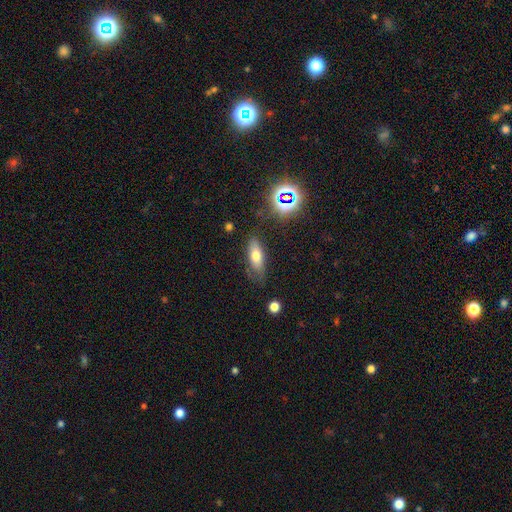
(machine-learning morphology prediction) smooth_or_featured: smooth (p=0.64) [alt: featured or disk p=0.23]
how_rounded: in between (p=0.71) [alt: cigar-shaped p=0.24]
merging: none (p=0.70) [alt: minor disturbance p=0.21]